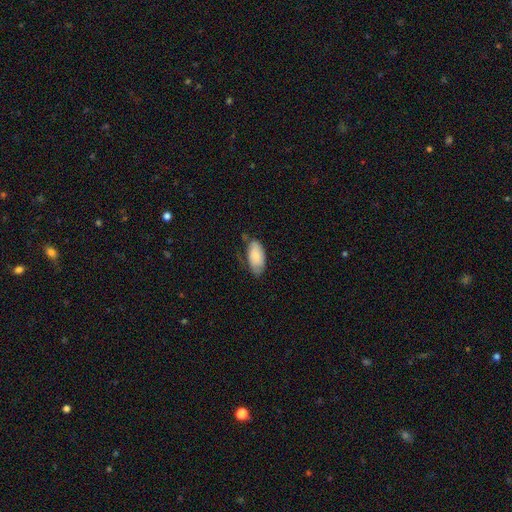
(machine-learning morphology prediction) A smooth galaxy with no disk features (80%) that is in between round and cigar-shaped (93%). Merging: none (56%).